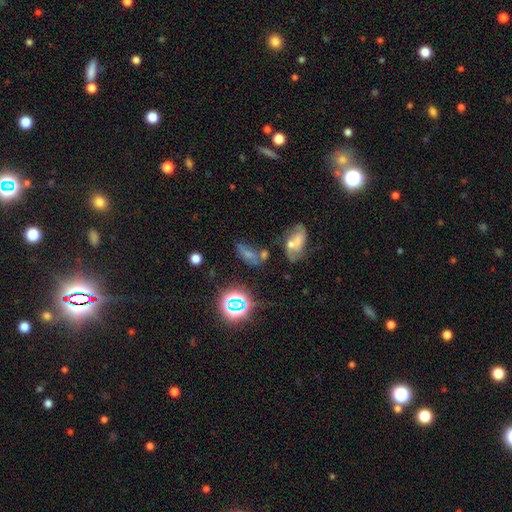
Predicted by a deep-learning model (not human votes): smooth_or_featured: star or artifact (p=0.46) [alt: featured or disk p=0.28]